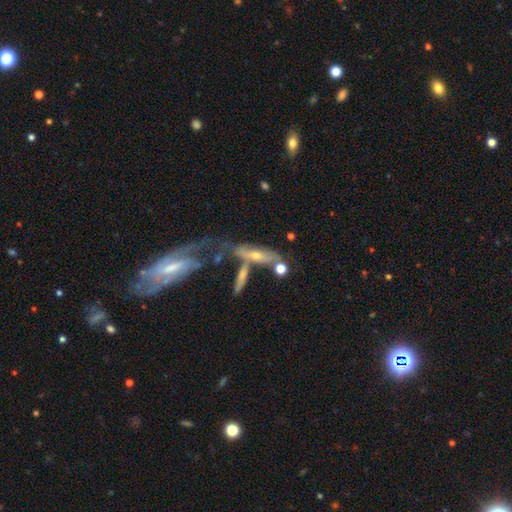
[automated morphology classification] This is likely a featured or disk galaxy (62%). It is possibly not viewed edge-on (54%). Merging: marginally merger (38%).